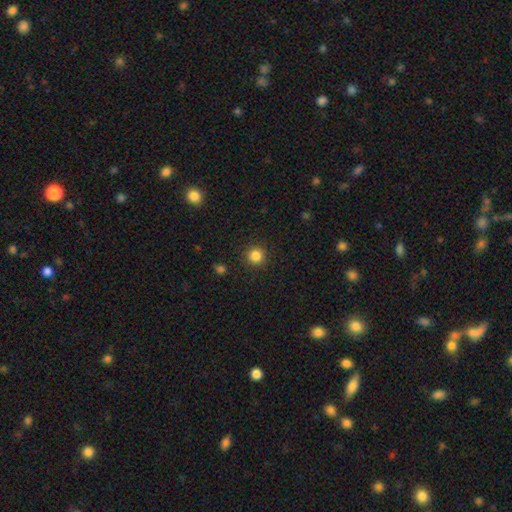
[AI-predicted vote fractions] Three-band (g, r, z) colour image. It shows a smooth galaxy with no disk features (84%) that is round (95%). Merging: none (91%).